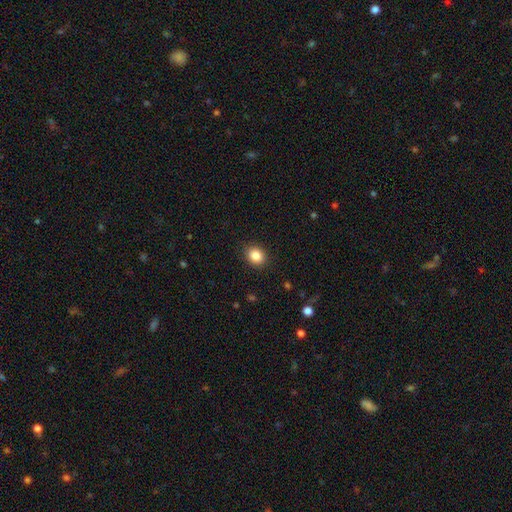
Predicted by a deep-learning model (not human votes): Overall: smooth (86%). How rounded: round (57%; in between 42%). Merging: none (89%).